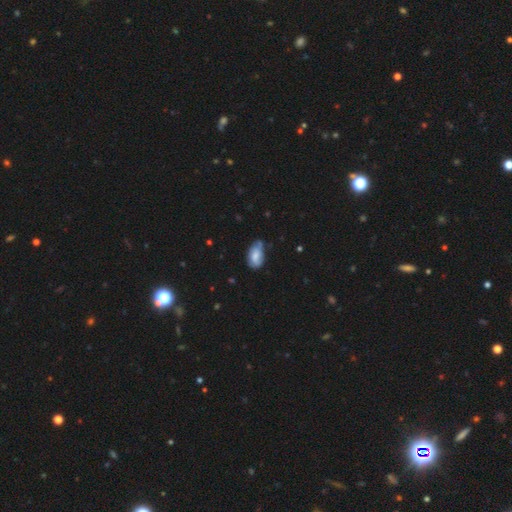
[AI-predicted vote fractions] Smooth or featured? Predicted: smooth (p=0.67). How rounded? Predicted: in between (p=0.92). Merging? Predicted: none (p=0.45).